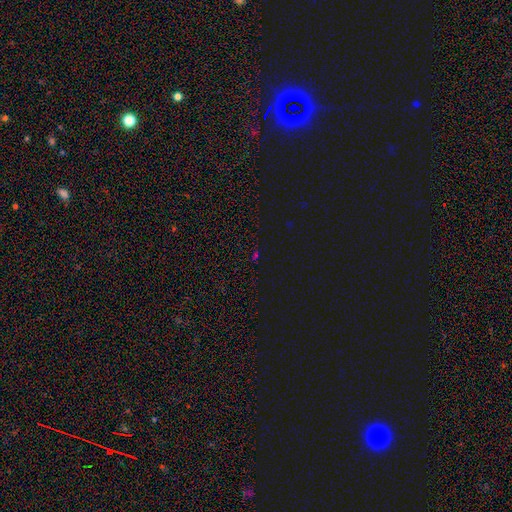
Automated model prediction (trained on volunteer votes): star or artifact 65%, smooth 27%, featured or disk 8%.